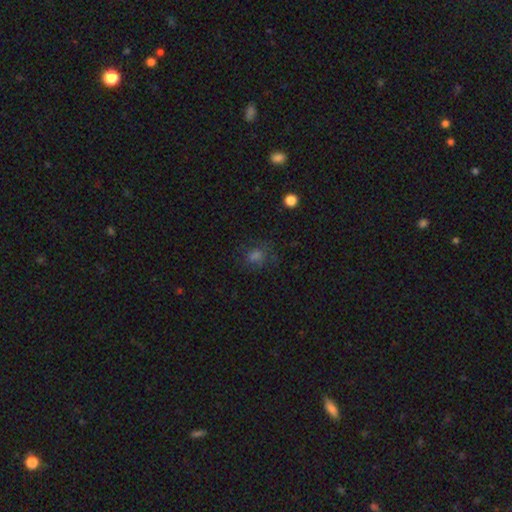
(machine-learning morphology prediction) Smooth or featured? Predicted: smooth (p=0.60). How rounded? Predicted: round (p=0.66). Merging? Predicted: none (p=0.70).